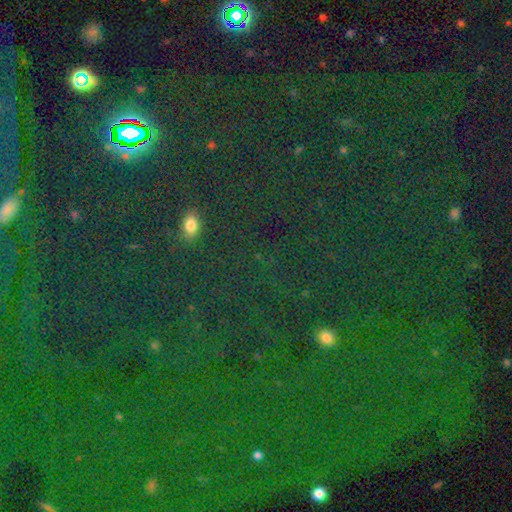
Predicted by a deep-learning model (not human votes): A star or artifact, not a galaxy (80%).

Vote fractions:
- Smooth or featured? star or artifact: 80% / smooth: 12% / featured or disk: 8%